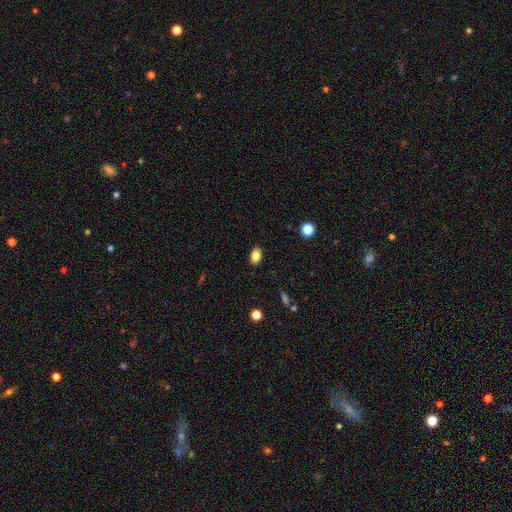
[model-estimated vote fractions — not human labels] Smooth or featured? Predicted: smooth (p=0.84). How rounded? Predicted: in between (p=0.85). Merging? Predicted: none (p=0.88).